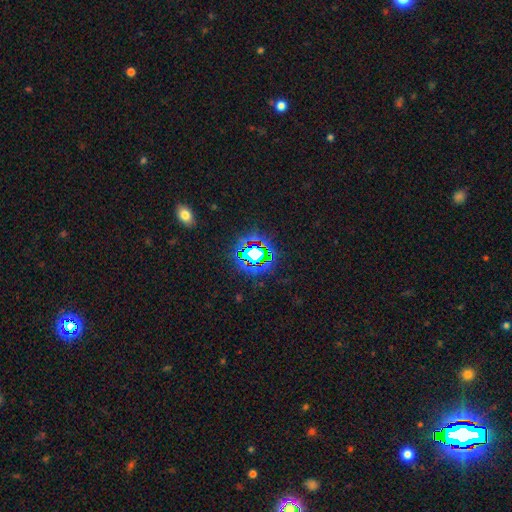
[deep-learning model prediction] smooth-or-featured: star or artifact: 71% | smooth: 18% | featured or disk: 10%